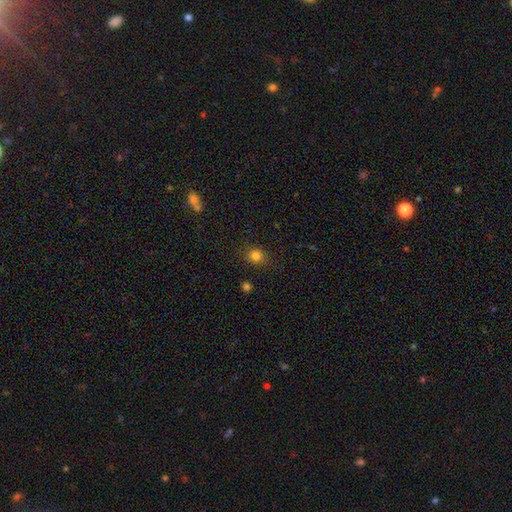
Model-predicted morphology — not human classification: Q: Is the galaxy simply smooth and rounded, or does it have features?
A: smooth — 81%.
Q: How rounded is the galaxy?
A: round — 70%.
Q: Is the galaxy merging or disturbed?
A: none — 85%.